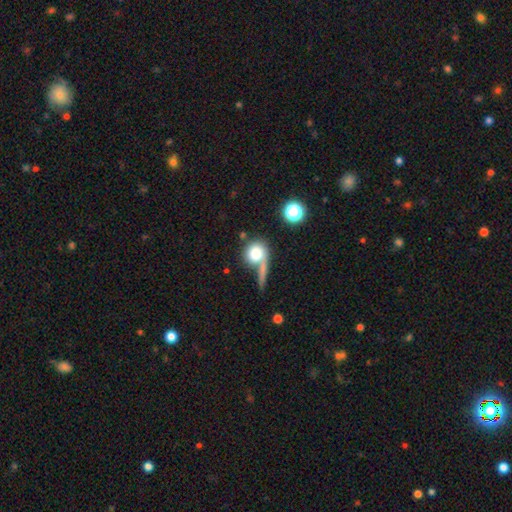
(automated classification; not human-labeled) The model was most divided on "merging": none: 42%, merger: 26%, major disturbance: 17%, minor disturbance: 14%. More confident: how rounded — round (83%); smooth or featured — smooth (75%).